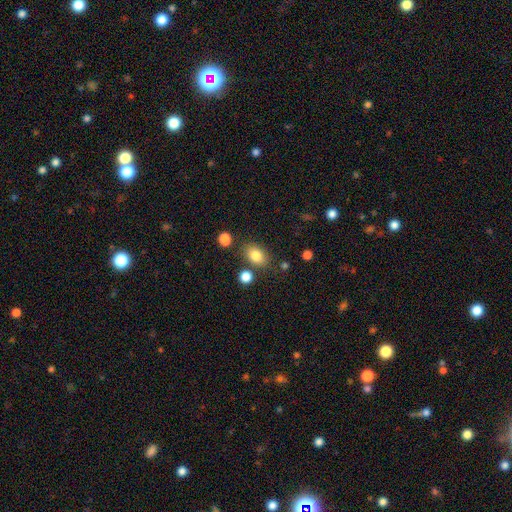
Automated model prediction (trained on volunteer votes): smooth-or-featured: smooth: 83% | star or artifact: 10% | featured or disk: 7%
  how-rounded: in between: 76% | round: 23% | cigar-shaped: 1%
  merging: none: 76% | minor disturbance: 13% | merger: 7% | major disturbance: 4%